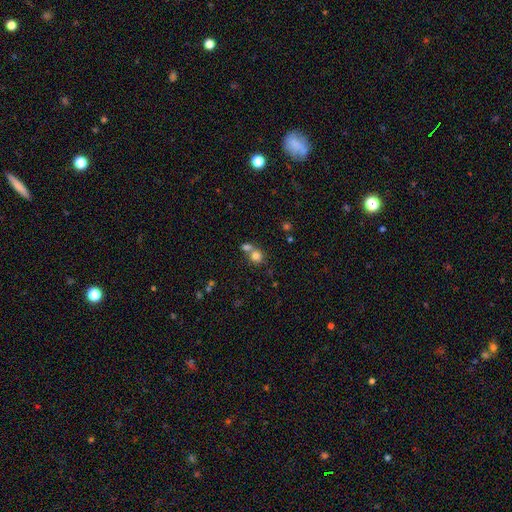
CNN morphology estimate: Smooth or featured? Predicted: smooth (p=0.77). How rounded? Predicted: round (p=0.82). Merging? Predicted: merger (p=0.47).